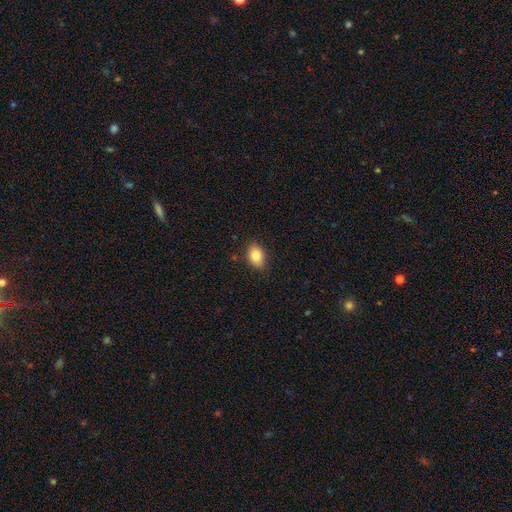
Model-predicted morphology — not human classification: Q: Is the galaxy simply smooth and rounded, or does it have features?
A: smooth — 84%.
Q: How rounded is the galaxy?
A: in between — 79%.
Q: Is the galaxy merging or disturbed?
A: none — 85%.